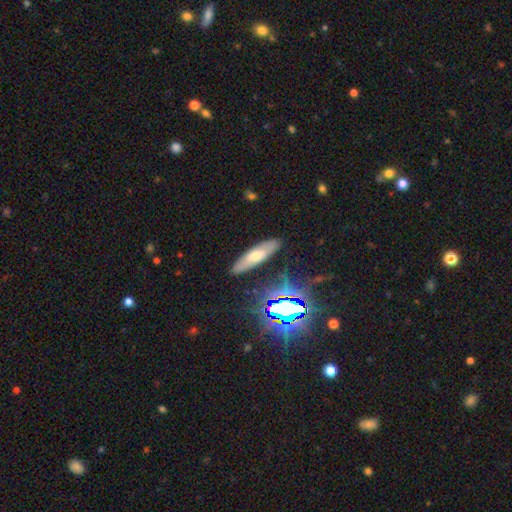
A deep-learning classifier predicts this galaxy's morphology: The model was most divided on "smooth or featured": smooth: 51%, featured or disk: 33%, star or artifact: 16%. More confident: merging — none (83%); how rounded — cigar-shaped (61%).